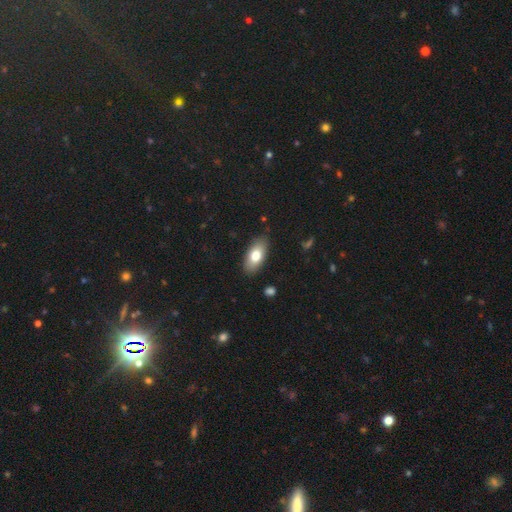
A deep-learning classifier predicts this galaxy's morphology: type=smooth (75%); roundness=in between (90%); merging=none (86%).